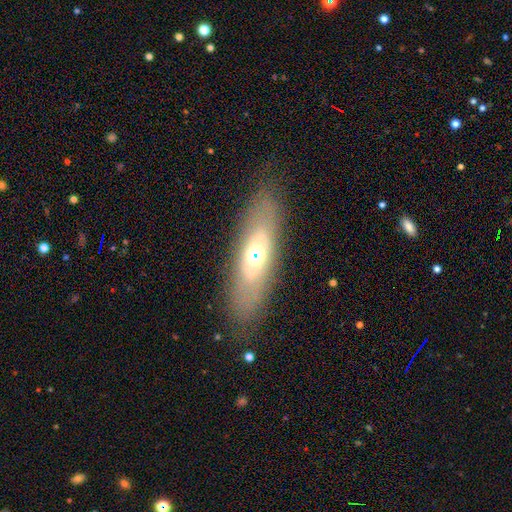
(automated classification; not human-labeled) Q: Smooth or featured?
A: featured or disk (47%); runner-up: smooth (43%)
Q: Merging?
A: none (81%); runner-up: minor disturbance (12%)